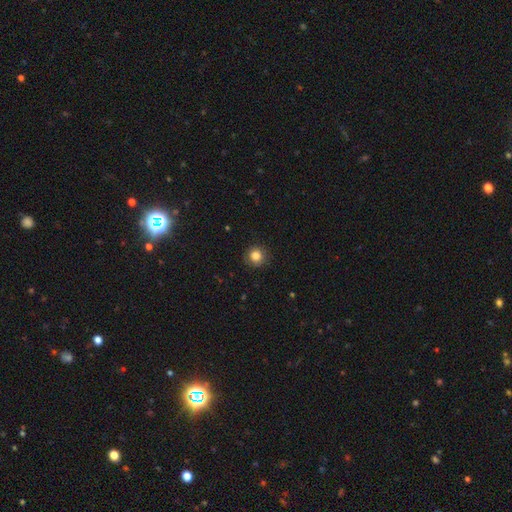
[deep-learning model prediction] Smooth or featured? smooth (84%)
How rounded? round (93%)
Merging? none (88%)